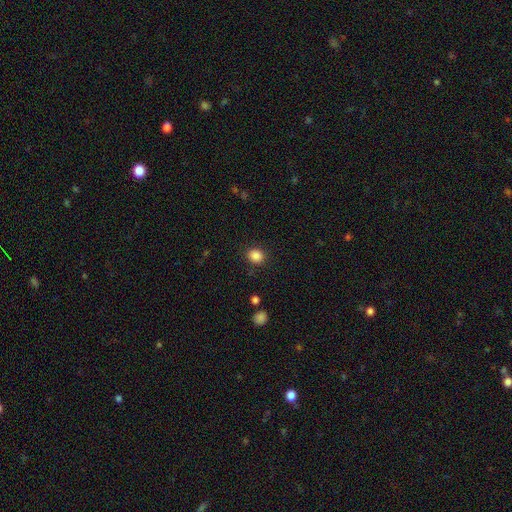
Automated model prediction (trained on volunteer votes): Q: Smooth or featured?
A: smooth (86%); runner-up: star or artifact (10%)
Q: How rounded?
A: round (64%); runner-up: in between (35%)
Q: Merging?
A: none (87%); runner-up: minor disturbance (9%)